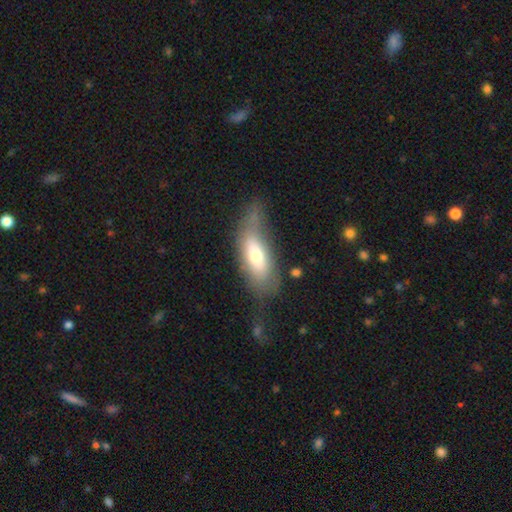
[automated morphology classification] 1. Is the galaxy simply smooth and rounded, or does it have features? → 60% smooth, 33% featured or disk, 8% star or artifact.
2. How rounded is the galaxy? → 74% in between, 23% cigar-shaped, 3% round.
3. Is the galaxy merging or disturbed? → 39% none, 30% minor disturbance, 26% major disturbance, 5% merger.